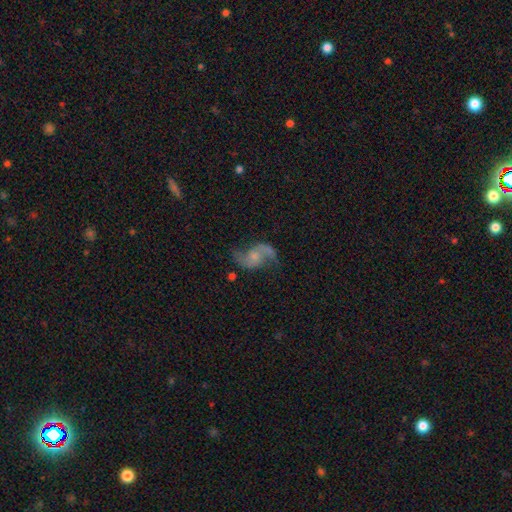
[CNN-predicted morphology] Overall: featured or disk (83%). Edge-on disk: no (97%). Bar: no (64%; weak 30%). Spiral arms: yes (95%). Spiral arm count: 2 (92%). Spiral winding: loose (69%). Bulge size: small (47%; moderate 32%). Merging: none (69%).